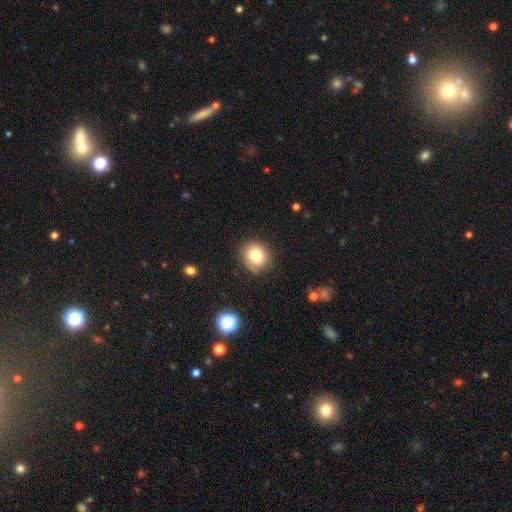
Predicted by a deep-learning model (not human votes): This is likely a smooth galaxy (80%). How rounded: likely round (75%). Merging: clearly none (82%).